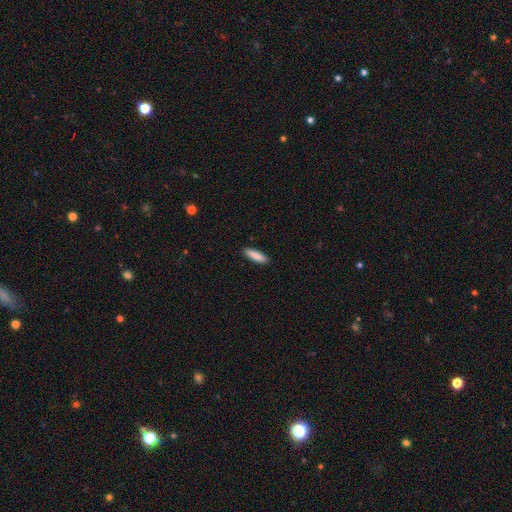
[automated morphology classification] Smooth or featured? smooth (88%)
How rounded? cigar-shaped (65%)
Merging? none (90%)